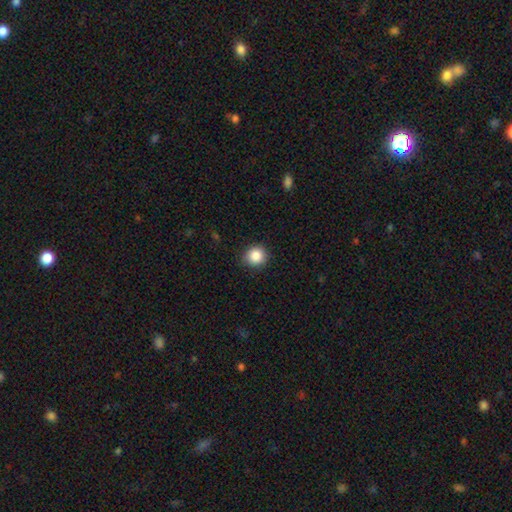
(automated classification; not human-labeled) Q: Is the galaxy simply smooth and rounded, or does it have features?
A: smooth — 87%.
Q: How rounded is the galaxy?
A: round — 88%.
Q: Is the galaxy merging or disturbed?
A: none — 86%.